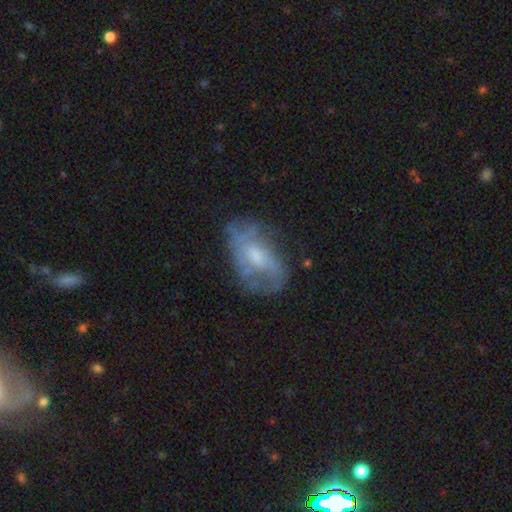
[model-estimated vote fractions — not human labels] The model was most divided on "bulge size": moderate: 44%, small: 37%, none: 12%, large: 6%, dominant: 1%. More confident: edge-on disk — no (95%); smooth or featured — featured or disk (64%); spiral arms — yes (63%); bar — no (57%); merging — none (53%).